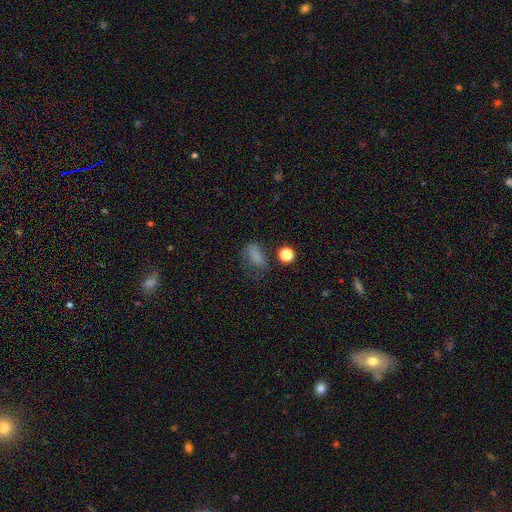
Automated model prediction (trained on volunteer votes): Smooth or featured? Predicted: smooth (p=0.73). How rounded? Predicted: in between (p=0.74). Merging? Predicted: none (p=0.46).